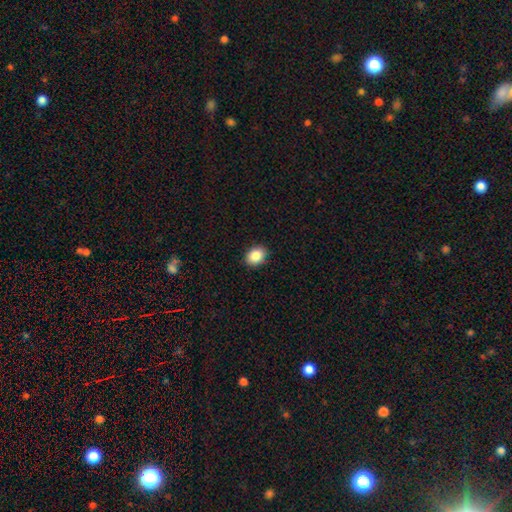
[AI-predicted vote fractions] Q: Smooth or featured?
A: smooth (88%); runner-up: star or artifact (8%)
Q: How rounded?
A: in between (60%); runner-up: round (39%)
Q: Merging?
A: none (90%); runner-up: minor disturbance (7%)